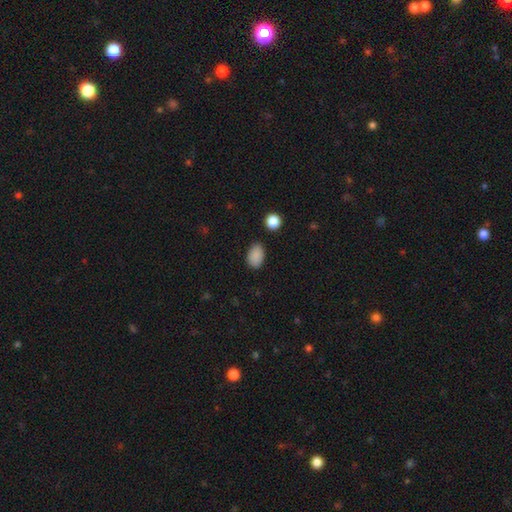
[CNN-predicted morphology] Smooth or featured?
  - smooth: 88% *
  - star or artifact: 9%
  - featured or disk: 3%
How rounded?
  - in between: 86% *
  - round: 12%
  - cigar-shaped: 1%
Merging?
  - none: 85% *
  - minor disturbance: 11%
  - major disturbance: 3%
  - merger: 2%